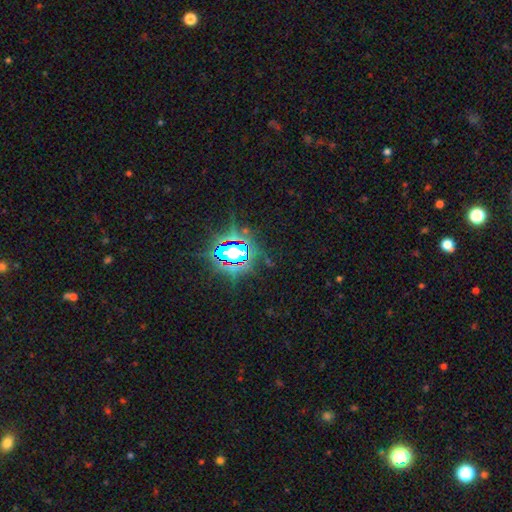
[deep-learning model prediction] smooth_or_featured: star or artifact (p=0.81) [alt: smooth p=0.12]